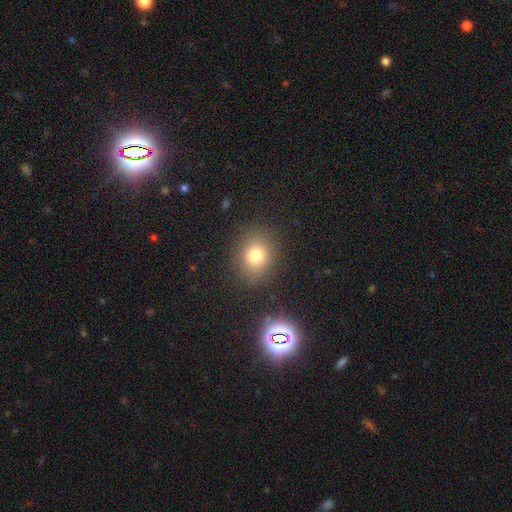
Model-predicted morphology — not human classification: A smooth galaxy with no disk features (76%) that is round (66%). Merging: none (85%).